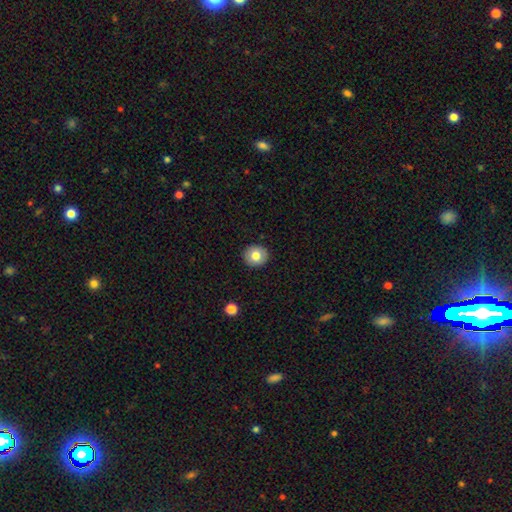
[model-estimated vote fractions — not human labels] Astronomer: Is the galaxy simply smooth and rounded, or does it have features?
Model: smooth — 78%.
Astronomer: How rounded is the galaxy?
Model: round — 88%.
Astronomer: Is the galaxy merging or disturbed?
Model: none — 92%.